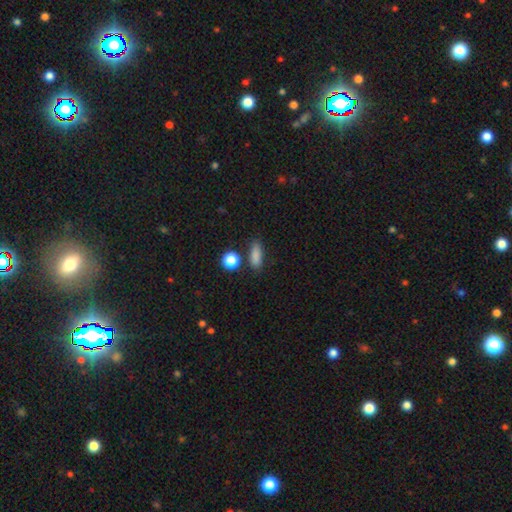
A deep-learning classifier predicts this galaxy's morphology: Smooth or featured: smooth — 83% (star or artifact — 11%)
How rounded: in between — 59% (cigar-shaped — 30%)
Merging: none — 76% (minor disturbance — 14%)